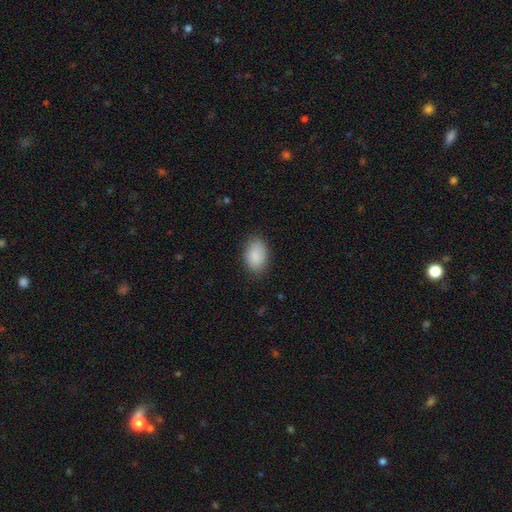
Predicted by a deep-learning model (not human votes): The model was most divided on "merging": none: 83%, minor disturbance: 13%, major disturbance: 3%, merger: 1%. More confident: how rounded — in between (89%); smooth or featured — smooth (89%).